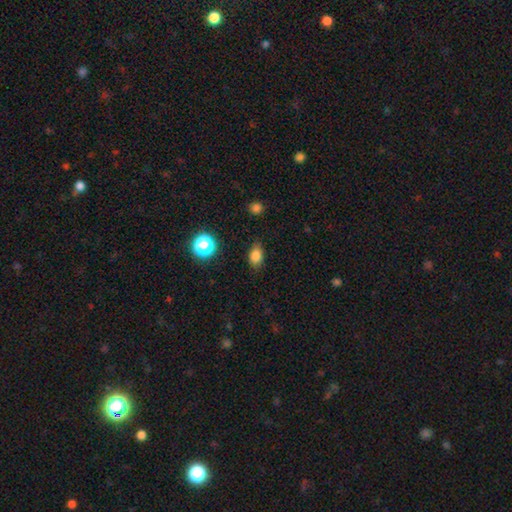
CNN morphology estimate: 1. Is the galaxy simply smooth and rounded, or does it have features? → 82% smooth, 13% star or artifact, 5% featured or disk.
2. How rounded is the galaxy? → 79% in between, 19% round, 2% cigar-shaped.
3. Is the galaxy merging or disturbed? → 80% none, 15% minor disturbance, 4% major disturbance, 1% merger.